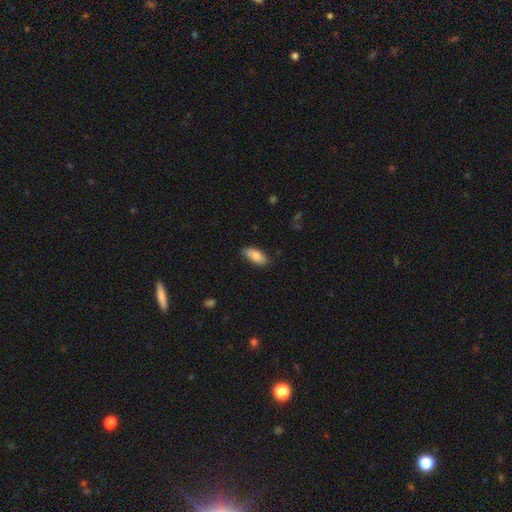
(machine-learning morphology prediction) smooth_or_featured: smooth (p=0.83) [alt: featured or disk p=0.11]
how_rounded: in between (p=0.87) [alt: cigar-shaped p=0.11]
merging: none (p=0.83) [alt: minor disturbance p=0.14]